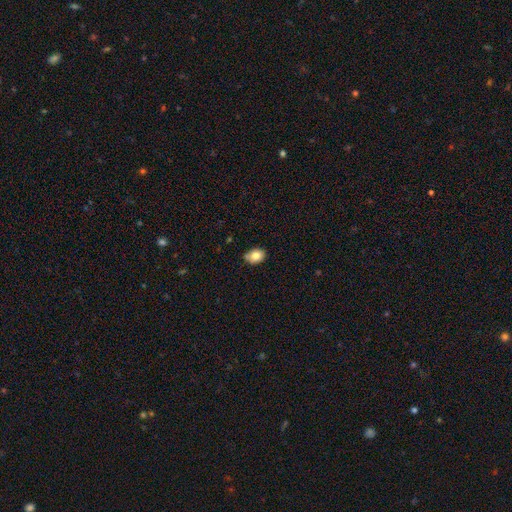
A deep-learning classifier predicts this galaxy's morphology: A smooth galaxy with no disk features (79%) that is in between round and cigar-shaped (69%). Merging: none (70%).